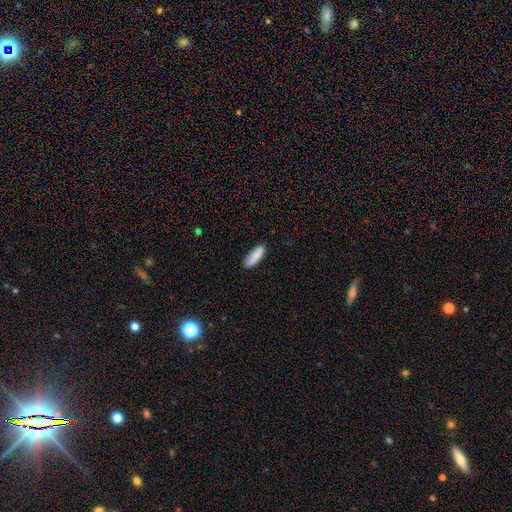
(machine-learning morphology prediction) smooth 88%, star or artifact 6%, featured or disk 6%. Down the decision tree: how rounded — in between (50%); merging — none (84%).